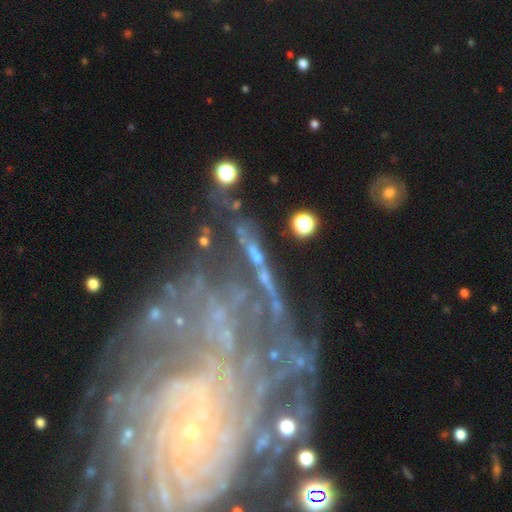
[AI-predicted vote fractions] The model was most divided on "spiral arm count": can't tell: 33%, more than 4: 15%, 3: 14%, 2: 14%, 4: 13%, 1: 10%. More confident: edge-on disk — no (91%); spiral arms — yes (84%); smooth or featured — featured or disk (73%); spiral winding — tight (66%); bulge size — small (64%); merging — none (62%); bar — no (59%).